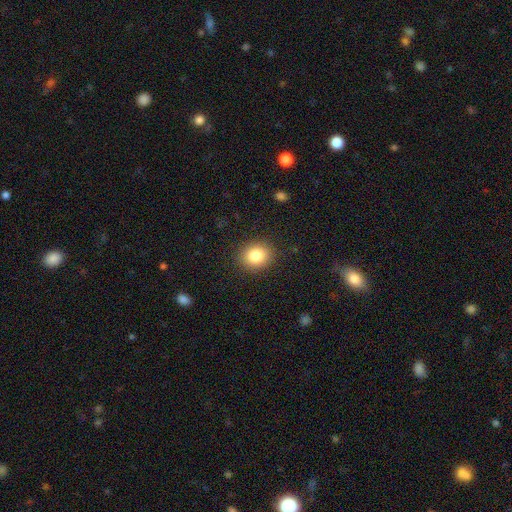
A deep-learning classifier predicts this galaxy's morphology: smooth 84%, star or artifact 10%, featured or disk 7%. Down the decision tree: how rounded — round (63%); merging — none (89%).